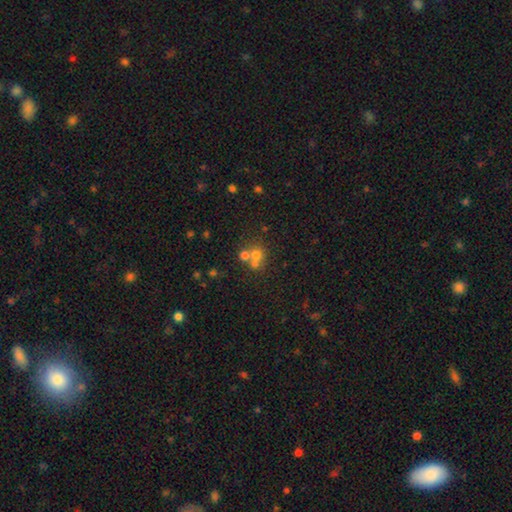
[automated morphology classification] Smooth or featured? Predicted: smooth (p=0.63). How rounded? Predicted: round (p=0.84). Merging? Predicted: merger (p=0.46).